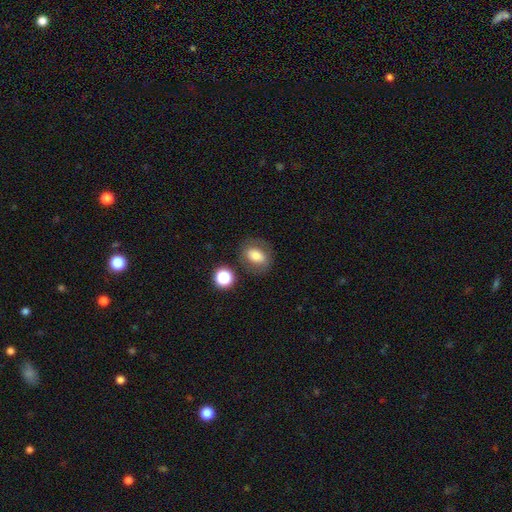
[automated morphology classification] The model was most divided on "how rounded": in between: 70%, round: 28%, cigar-shaped: 2%. More confident: smooth or featured — smooth (71%); merging — none (71%).